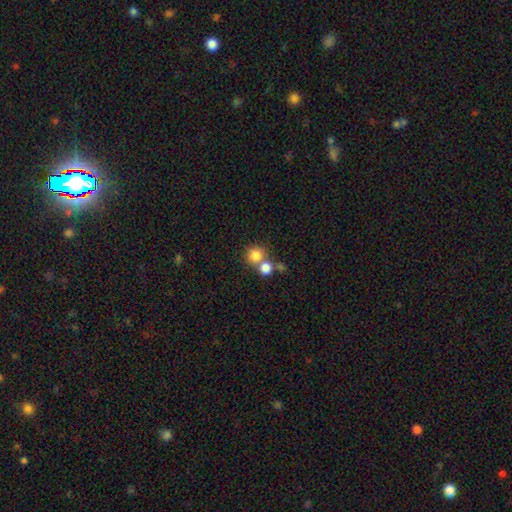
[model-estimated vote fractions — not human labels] The model was most divided on "merging": none: 48%, merger: 42%, minor disturbance: 7%, major disturbance: 3%. More confident: how rounded — round (86%); smooth or featured — smooth (81%).